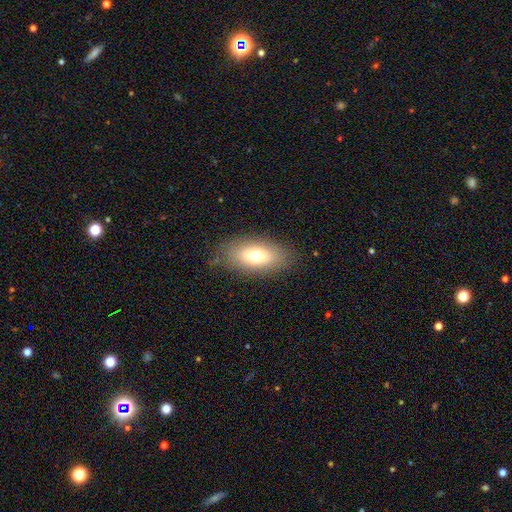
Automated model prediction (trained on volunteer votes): smooth_or_featured: smooth (p=0.70) [alt: featured or disk p=0.20]
how_rounded: in between (p=0.86) [alt: round p=0.07]
merging: none (p=0.83) [alt: minor disturbance p=0.11]